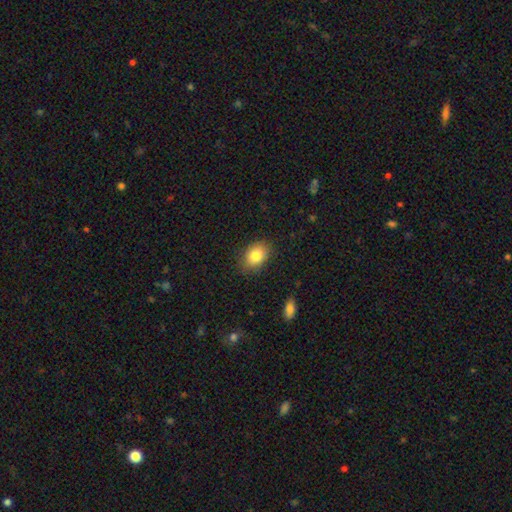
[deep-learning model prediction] A smooth galaxy with no disk features (83%) that is in between round and cigar-shaped (74%). Merging: none (84%).